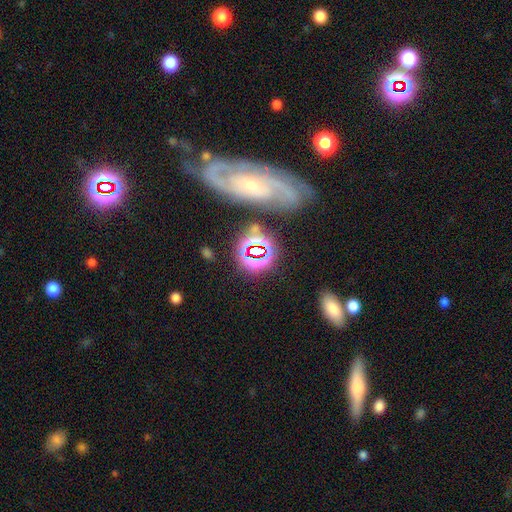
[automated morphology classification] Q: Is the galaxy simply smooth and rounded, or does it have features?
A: star or artifact — 61%.